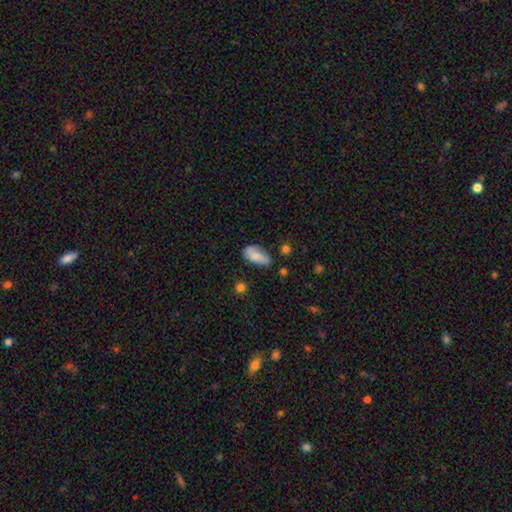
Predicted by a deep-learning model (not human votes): Smooth or featured? smooth (69%)
How rounded? in between (90%)
Merging? none (55%)